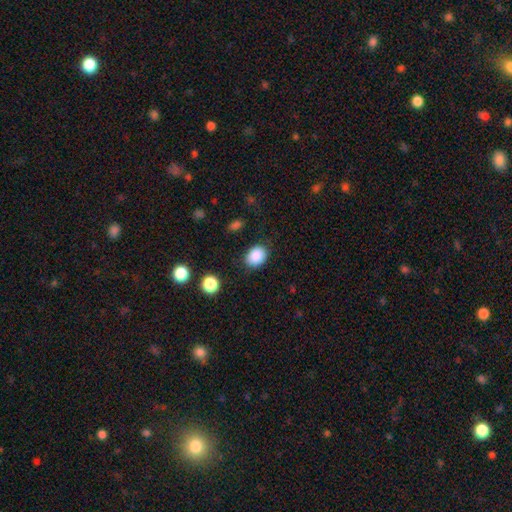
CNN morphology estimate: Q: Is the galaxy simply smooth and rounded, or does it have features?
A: smooth — 86%.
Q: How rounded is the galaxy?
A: in between — 57%.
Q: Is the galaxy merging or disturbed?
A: none — 83%.